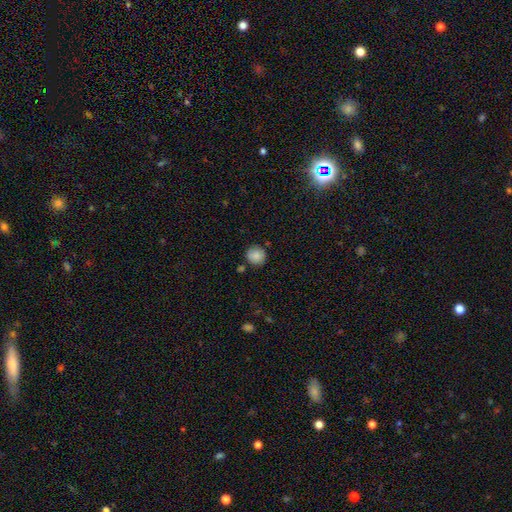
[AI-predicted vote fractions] Smooth or featured? Predicted: smooth (p=0.85). How rounded? Predicted: round (p=0.88). Merging? Predicted: none (p=0.81).